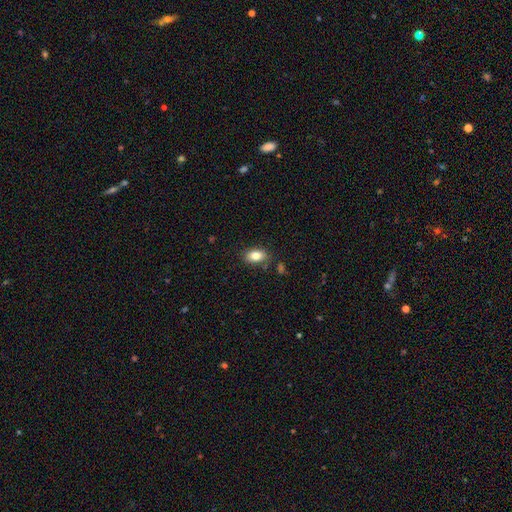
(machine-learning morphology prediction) type=smooth (83%); roundness=in between (87%); merging=none (82%).